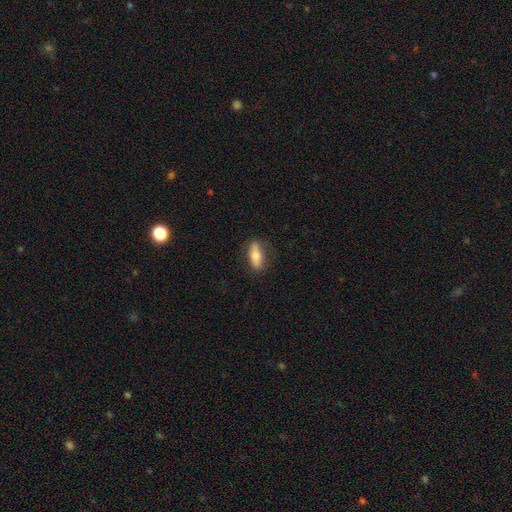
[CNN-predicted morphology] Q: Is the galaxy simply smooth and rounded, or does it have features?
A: smooth — 68%.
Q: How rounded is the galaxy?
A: in between — 62%.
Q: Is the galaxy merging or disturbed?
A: none — 81%.